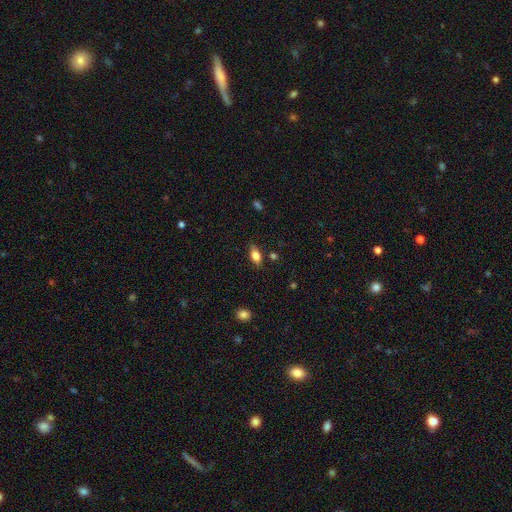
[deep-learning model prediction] A smooth galaxy with no disk features (74%) that is in between round and cigar-shaped (84%).

Vote fractions:
- Smooth or featured? smooth: 74% / featured or disk: 17% / star or artifact: 9%
- How rounded? in between: 84% / cigar-shaped: 10% / round: 6%
- Merging? none: 82% / minor disturbance: 13% / major disturbance: 3% / merger: 2%